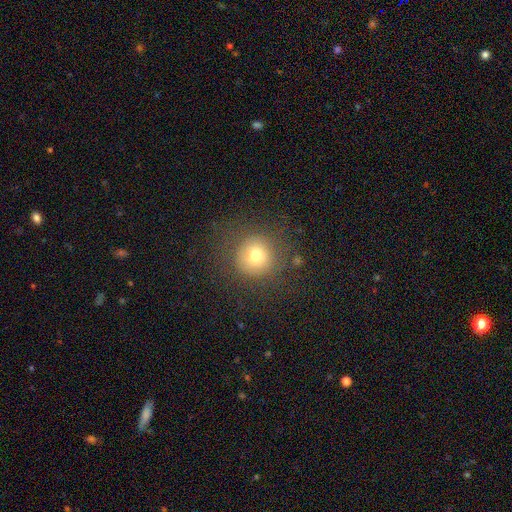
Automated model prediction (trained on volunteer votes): smooth_or_featured: smooth (p=0.74) [alt: star or artifact p=0.14]
how_rounded: round (p=0.94) [alt: in between p=0.05]
merging: none (p=0.80) [alt: minor disturbance p=0.11]